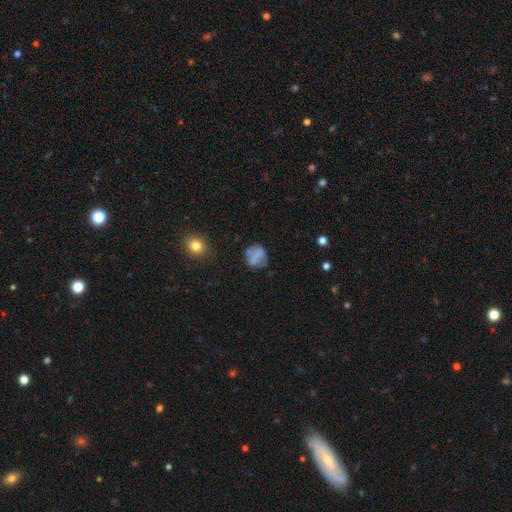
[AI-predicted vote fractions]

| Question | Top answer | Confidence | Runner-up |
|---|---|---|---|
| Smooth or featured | smooth | 64% | featured or disk (24%) |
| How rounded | round | 68% | in between (30%) |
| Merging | none | 61% | minor disturbance (21%) |